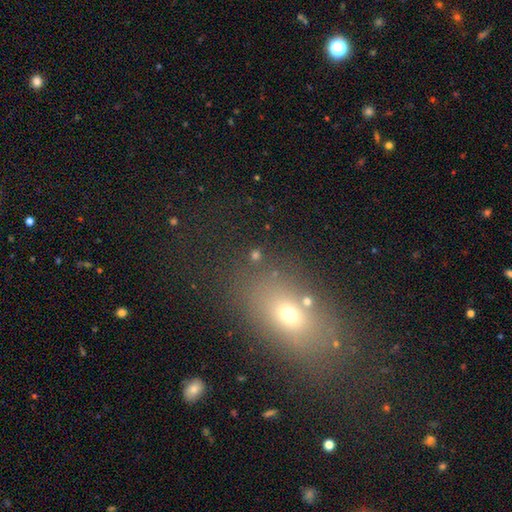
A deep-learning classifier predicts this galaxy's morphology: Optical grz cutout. It shows a smooth galaxy with no disk features (57%) that is round (50%). Merging: none (73%).